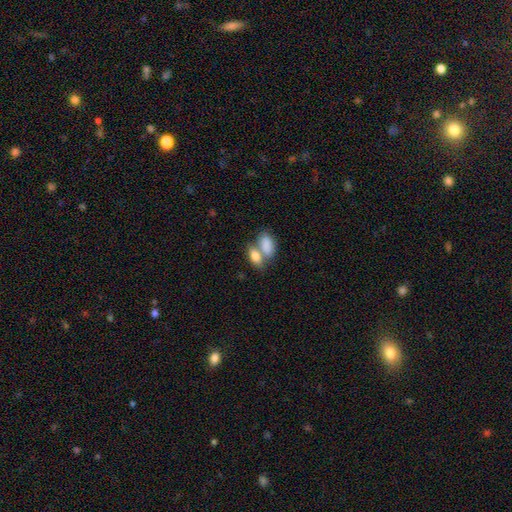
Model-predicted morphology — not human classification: smooth_or_featured: smooth (p=0.82) [alt: featured or disk p=0.11]
how_rounded: in between (p=0.90) [alt: round p=0.06]
merging: merger (p=0.61) [alt: none p=0.27]